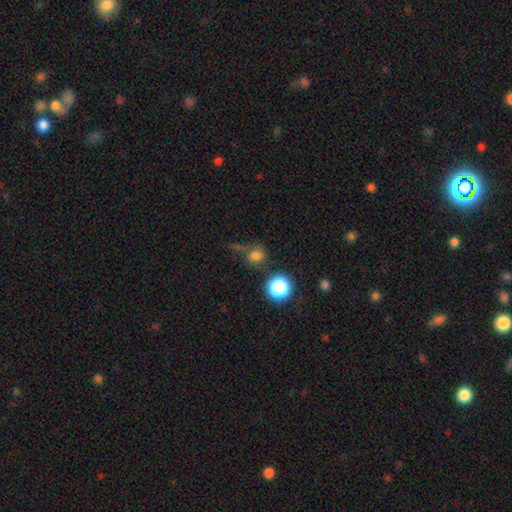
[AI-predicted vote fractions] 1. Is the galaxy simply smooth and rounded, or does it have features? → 71% smooth, 21% star or artifact, 8% featured or disk.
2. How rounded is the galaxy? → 79% round, 19% in between, 2% cigar-shaped.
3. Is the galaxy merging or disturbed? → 55% none, 16% minor disturbance, 15% major disturbance, 14% merger.